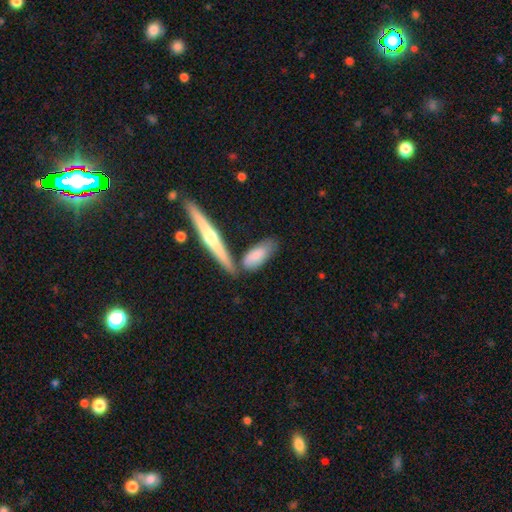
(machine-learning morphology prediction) This is likely a smooth galaxy (73%). How rounded: likely in between (66%). Merging: possibly none (58%).